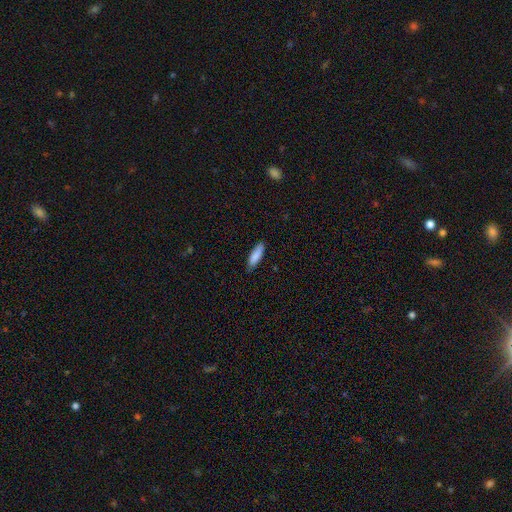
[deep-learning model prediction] smooth 87%, featured or disk 7%, star or artifact 6%. Down the decision tree: how rounded — cigar-shaped (59%); merging — none (83%).